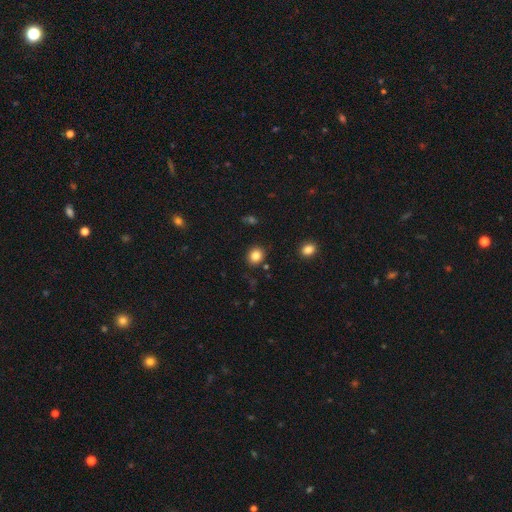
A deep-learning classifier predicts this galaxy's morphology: Smooth or featured? Predicted: smooth (p=0.84). How rounded? Predicted: round (p=0.75). Merging? Predicted: none (p=0.87).